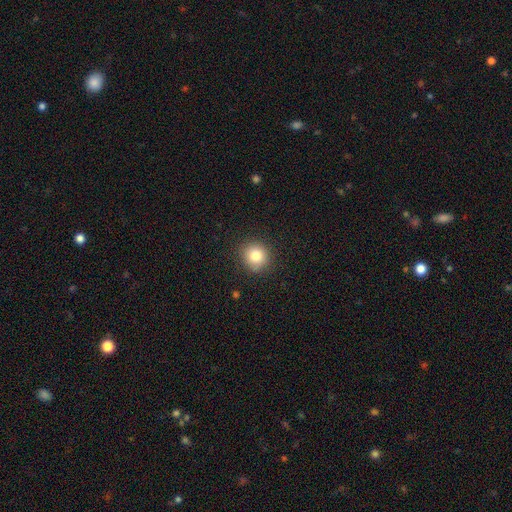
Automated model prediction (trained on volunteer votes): smooth 81%, star or artifact 11%, featured or disk 8%. Down the decision tree: how rounded — round (91%); merging — none (89%).